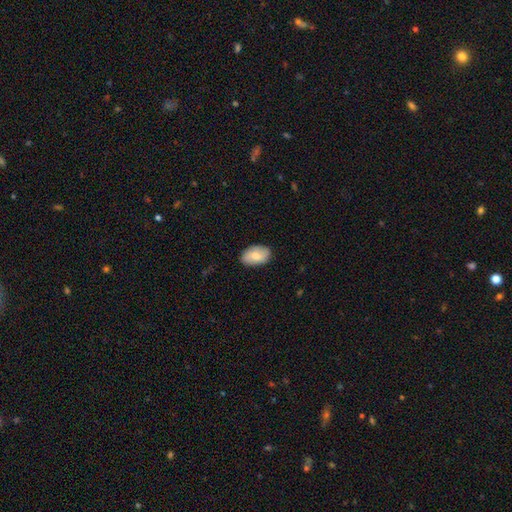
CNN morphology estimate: Smooth or featured? smooth (76%)
How rounded? in between (92%)
Merging? none (84%)